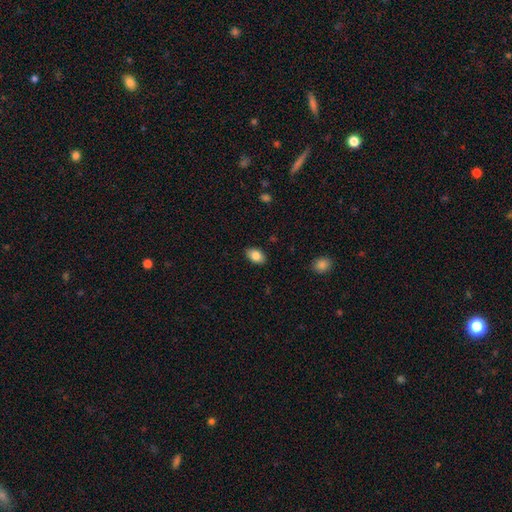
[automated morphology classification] Overall: smooth (84%). How rounded: in between (86%). Merging: none (88%).